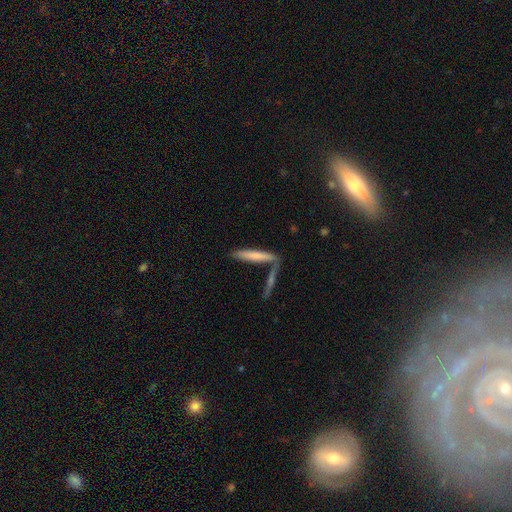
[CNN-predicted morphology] A smooth galaxy with no disk features (67%) that is cigar-shaped (90%).

Vote fractions:
- Smooth or featured? smooth: 67% / featured or disk: 27% / star or artifact: 6%
- How rounded? cigar-shaped: 90% / in between: 9% / round: 2%
- Merging? none: 63% / merger: 22% / minor disturbance: 11% / major disturbance: 4%